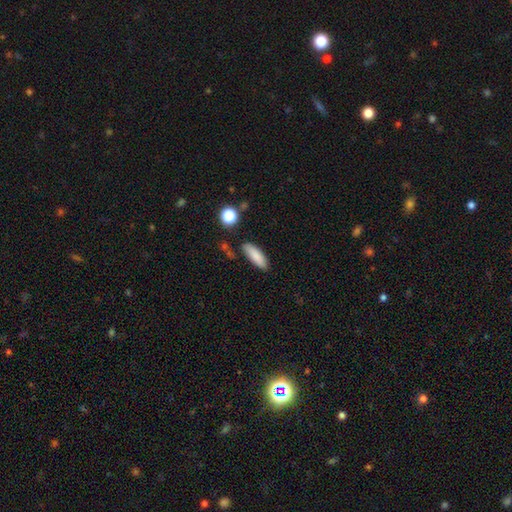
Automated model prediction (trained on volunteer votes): Smooth or featured? smooth (85%)
How rounded? in between (60%)
Merging? none (81%)